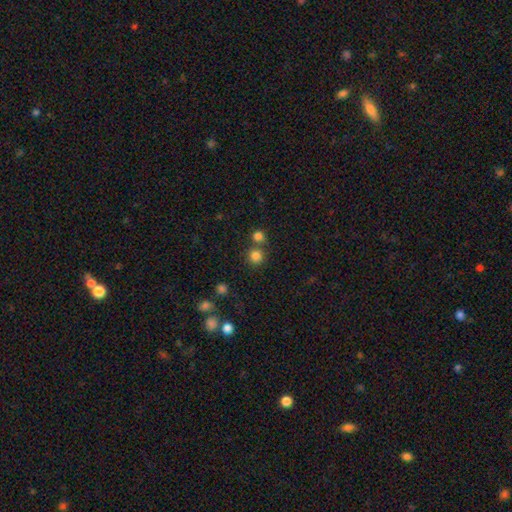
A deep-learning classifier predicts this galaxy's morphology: Smooth or featured?
  - smooth: 80% *
  - star or artifact: 15%
  - featured or disk: 5%
How rounded?
  - round: 92% *
  - in between: 7%
  - cigar-shaped: 1%
Merging?
  - none: 69% *
  - merger: 21%
  - minor disturbance: 6%
  - major disturbance: 3%